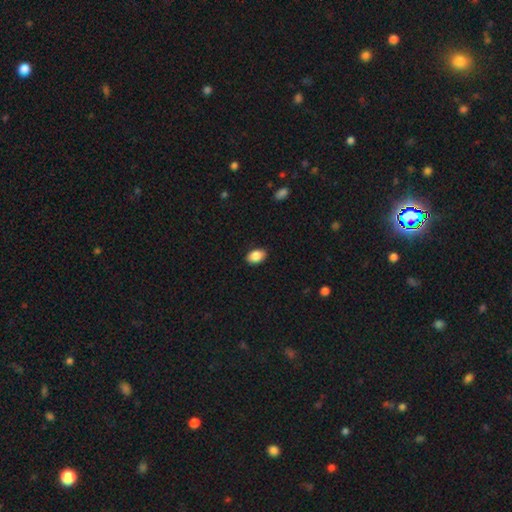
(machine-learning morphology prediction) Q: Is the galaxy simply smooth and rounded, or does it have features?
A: smooth — 88%.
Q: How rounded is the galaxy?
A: in between — 86%.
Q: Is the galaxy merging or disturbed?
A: none — 88%.